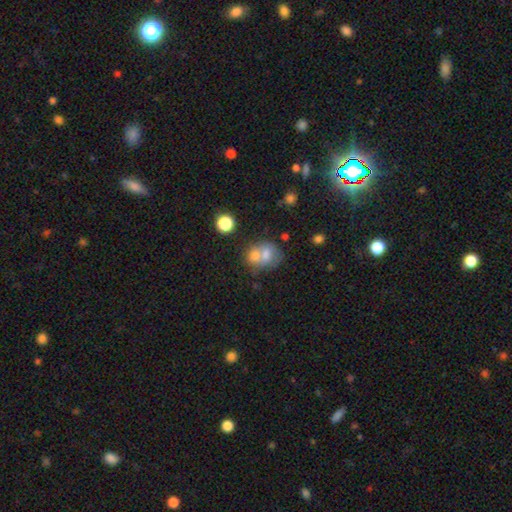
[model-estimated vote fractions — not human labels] Morphology: type=smooth (51%); roundness=round (64%); merging=merger (52%).